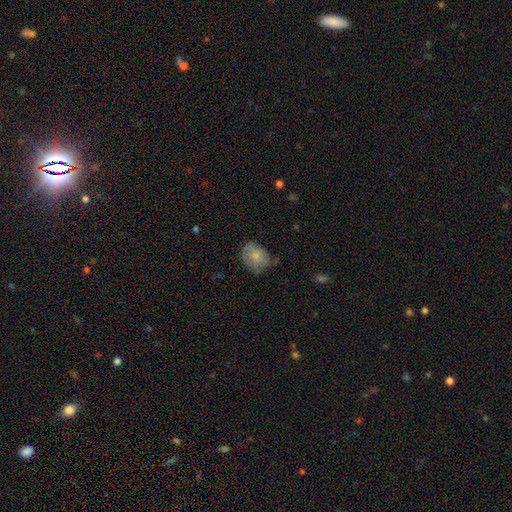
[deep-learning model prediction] A smooth galaxy with no disk features (73%) that is in between round and cigar-shaped (60%). Merging: none (53%).